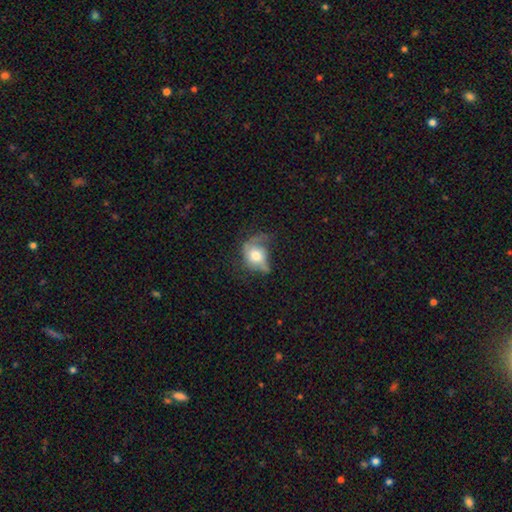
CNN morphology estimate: Smooth or featured? smooth (53%)
How rounded? in between (57%)
Merging? major disturbance (39%)